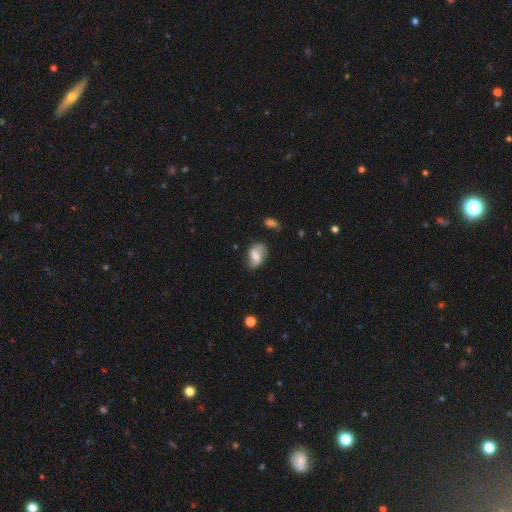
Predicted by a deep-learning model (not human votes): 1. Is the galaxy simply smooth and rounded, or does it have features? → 60% featured or disk, 33% smooth, 8% star or artifact.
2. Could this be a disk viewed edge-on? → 97% no, 3% yes.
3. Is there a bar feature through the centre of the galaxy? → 45% weak, 43% no, 11% strong.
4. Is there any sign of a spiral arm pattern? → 91% yes, 9% no.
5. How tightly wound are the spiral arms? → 57% loose, 32% medium, 11% tight.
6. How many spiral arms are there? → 87% 2, 6% can't tell, 5% 1, 1% 3, 1% 4, 1% more than 4.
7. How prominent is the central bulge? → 49% moderate, 30% small, 10% none, 9% large, 2% dominant.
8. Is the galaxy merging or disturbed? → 71% none, 21% minor disturbance, 6% major disturbance, 3% merger.